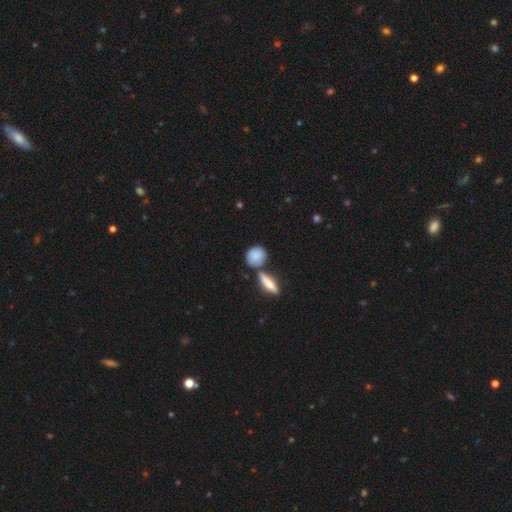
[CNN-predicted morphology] smooth 83%, featured or disk 10%, star or artifact 7%. Down the decision tree: how rounded — round (67%); merging — none (60%).